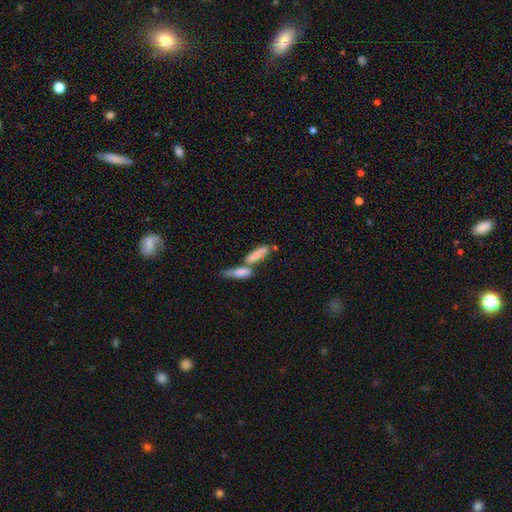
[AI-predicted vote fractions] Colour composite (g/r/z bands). It shows a smooth galaxy with no disk features (61%) that is cigar-shaped (61%). Merging: merger (55%).